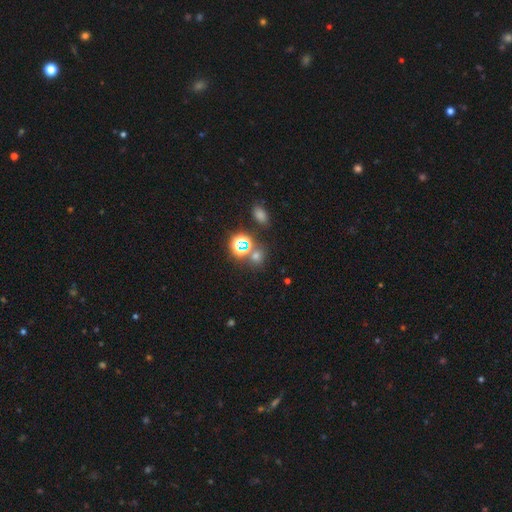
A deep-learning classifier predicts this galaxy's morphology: Overall: smooth (53%; star or artifact 39%). How rounded: round (74%). Merging: none (69%).